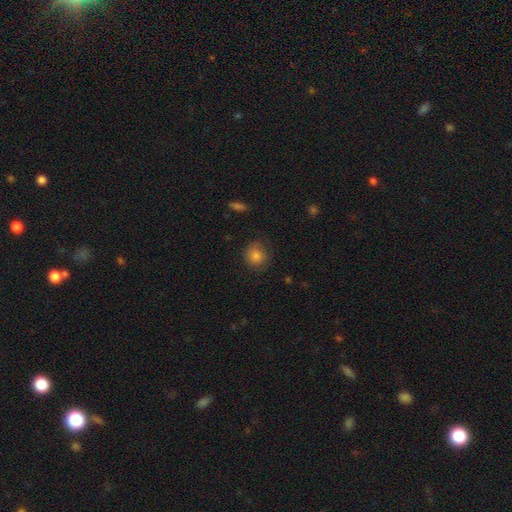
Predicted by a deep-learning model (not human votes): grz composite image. It shows a smooth galaxy with no disk features (82%) that is round (86%). Merging: none (76%).